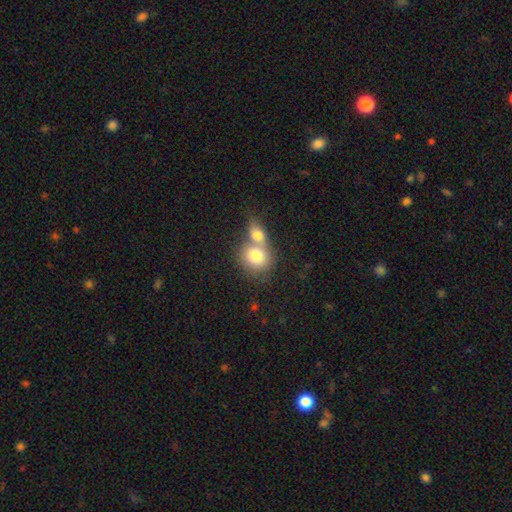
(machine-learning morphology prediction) Smooth or featured?
  - smooth: 77% *
  - featured or disk: 15%
  - star or artifact: 8%
How rounded?
  - round: 66% *
  - in between: 32%
  - cigar-shaped: 1%
Merging?
  - merger: 65% *
  - none: 25%
  - minor disturbance: 6%
  - major disturbance: 3%